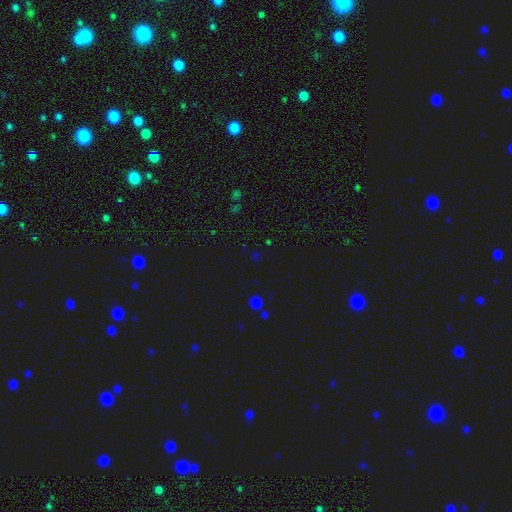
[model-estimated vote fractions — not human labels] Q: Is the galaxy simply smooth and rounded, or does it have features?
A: star or artifact — 59%.